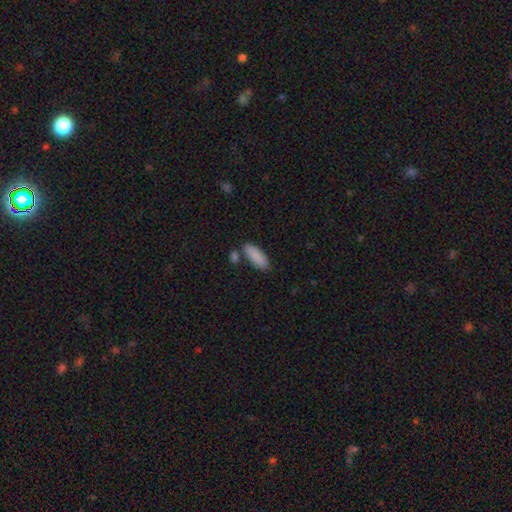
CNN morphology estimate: Smooth or featured? Predicted: smooth (p=0.89). How rounded? Predicted: in between (p=0.72). Merging? Predicted: none (p=0.74).